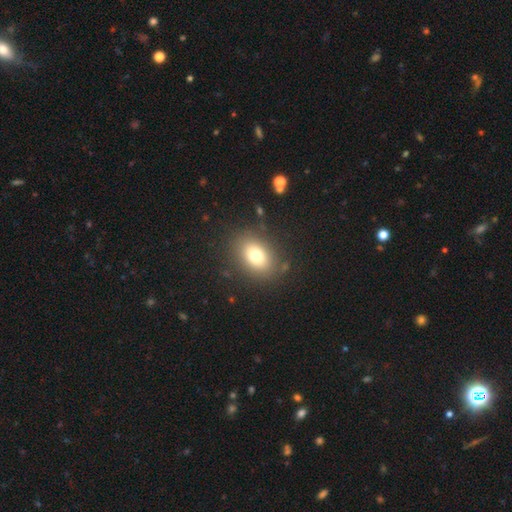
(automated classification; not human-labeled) Overall: smooth (76%). How rounded: in between (72%). Merging: none (84%).